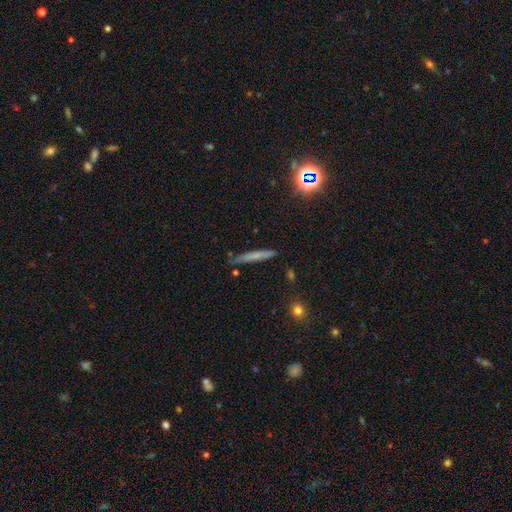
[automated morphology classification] A smooth galaxy with no disk features (58%) that is cigar-shaped (94%). Merging: none (80%).